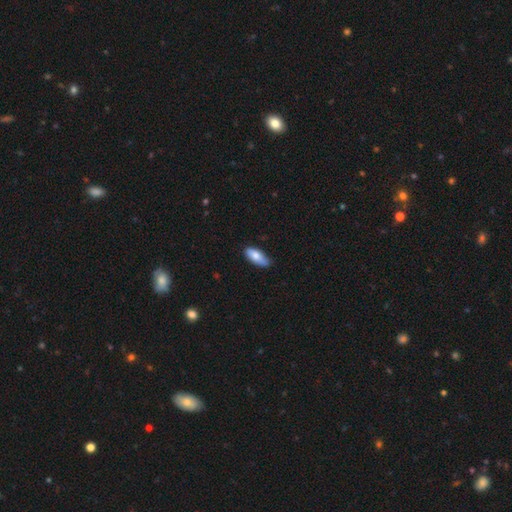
Volunteers were most divided on "smooth or featured": smooth: 82%, featured or disk: 12%, star or artifact: 5%. More confident: merging — none (89%); how rounded — in between (85%).